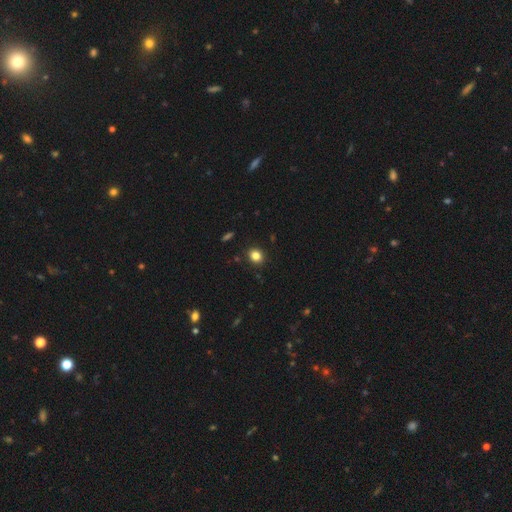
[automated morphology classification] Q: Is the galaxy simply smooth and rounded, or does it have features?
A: smooth — 84%.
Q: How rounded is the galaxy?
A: round — 71%.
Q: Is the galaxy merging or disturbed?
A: none — 91%.